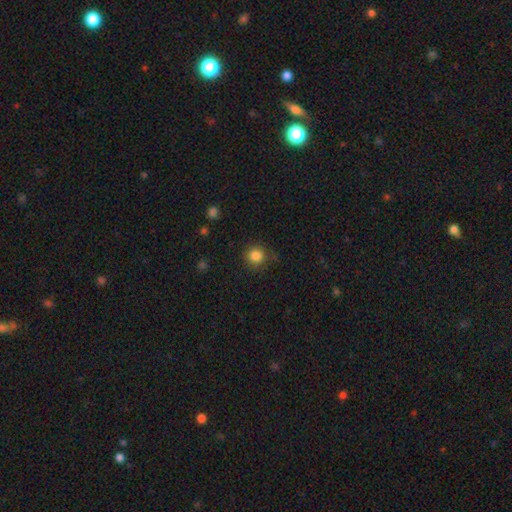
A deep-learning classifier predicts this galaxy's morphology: Smooth or featured? smooth (85%)
How rounded? round (92%)
Merging? none (84%)